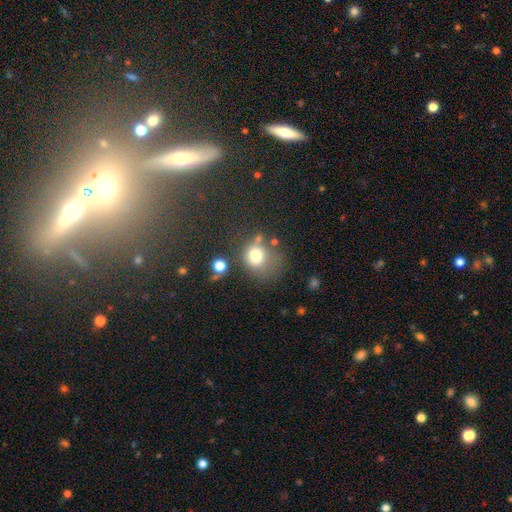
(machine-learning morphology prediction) smooth 75%, star or artifact 13%, featured or disk 12%. Down the decision tree: how rounded — round (71%); merging — none (42%).